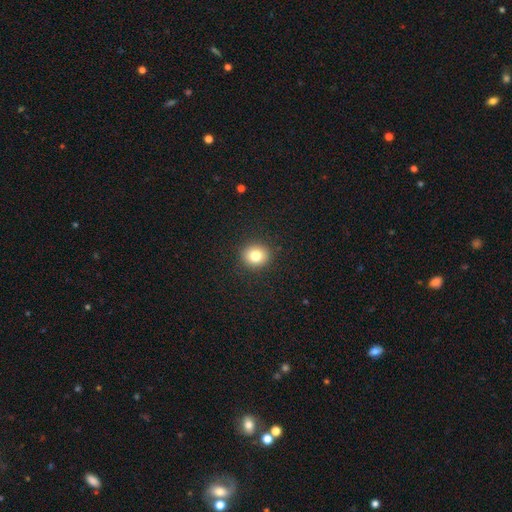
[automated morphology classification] smooth_or_featured: smooth (p=0.79) [alt: star or artifact p=0.12]
how_rounded: round (p=0.86) [alt: in between p=0.14]
merging: none (p=0.91) [alt: minor disturbance p=0.06]